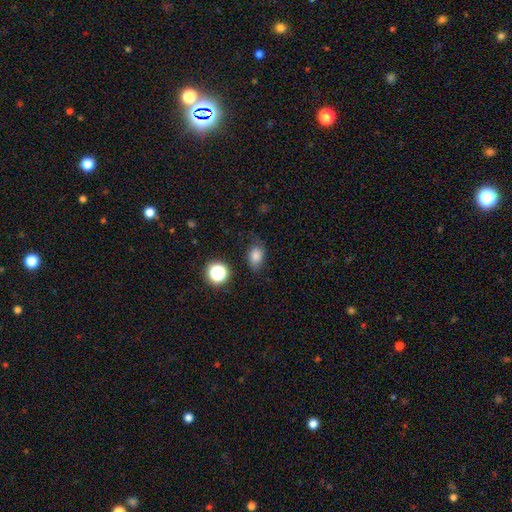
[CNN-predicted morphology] This is clearly a smooth galaxy (81%). How rounded: likely in between (75%). Merging: likely none (70%).